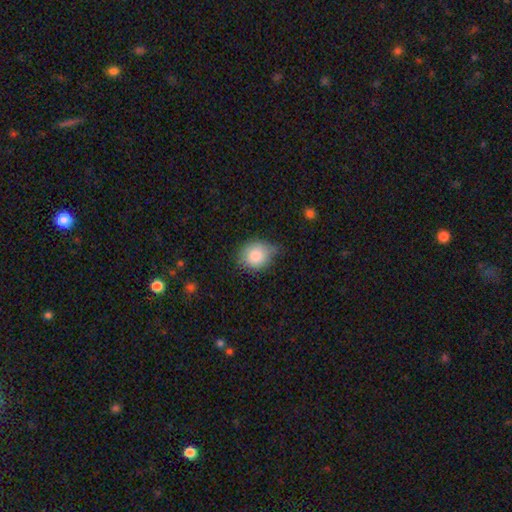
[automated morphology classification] Smooth or featured: smooth — 84% (star or artifact — 8%)
How rounded: round — 61% (in between — 38%)
Merging: none — 54% (minor disturbance — 38%)